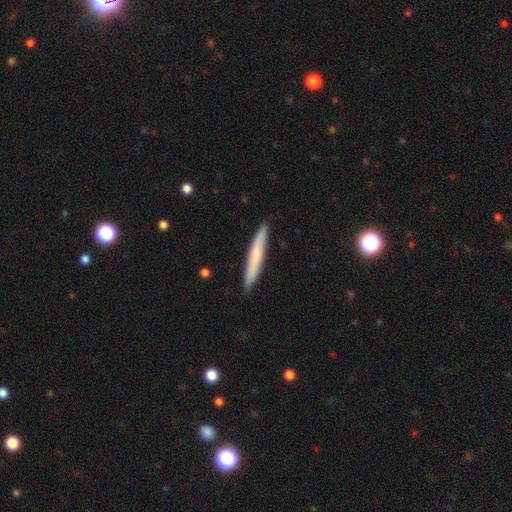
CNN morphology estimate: This appears to be a smooth galaxy with no disk features (65%) that is cigar-shaped (95%). Merging: none (90%).